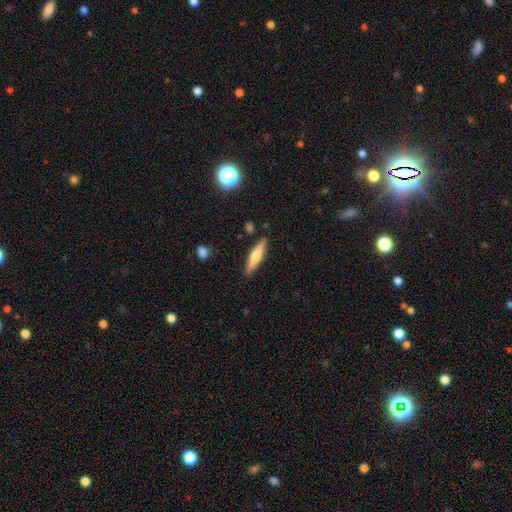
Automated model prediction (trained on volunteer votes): This appears to be a smooth galaxy with no disk features (55%) that is cigar-shaped (77%). Merging: none (87%).